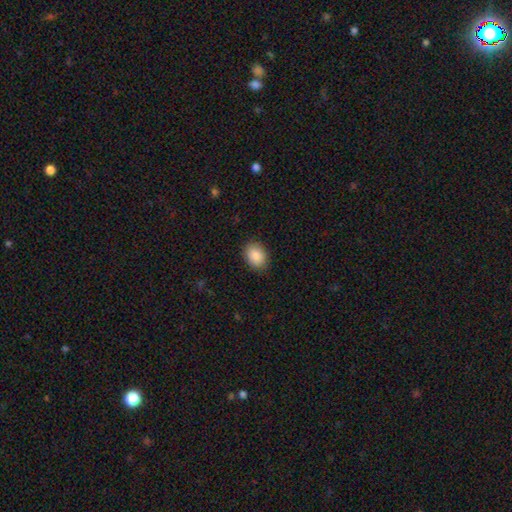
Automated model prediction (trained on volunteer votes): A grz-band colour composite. It shows a smooth galaxy with no disk features (88%) that is in between round and cigar-shaped (67%). Merging: none (86%).